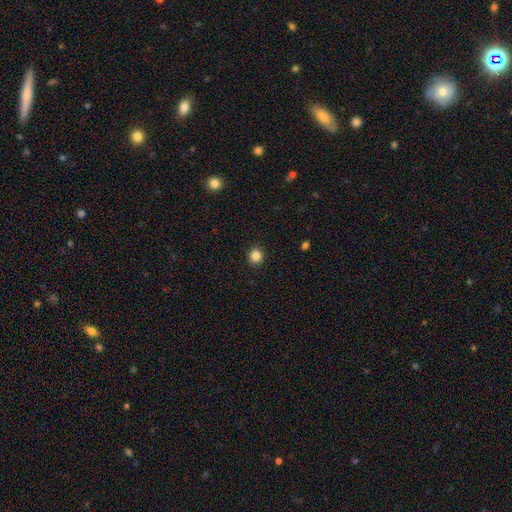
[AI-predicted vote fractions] Q: Smooth or featured?
A: smooth (85%); runner-up: star or artifact (11%)
Q: How rounded?
A: round (91%); runner-up: in between (8%)
Q: Merging?
A: none (93%); runner-up: minor disturbance (5%)